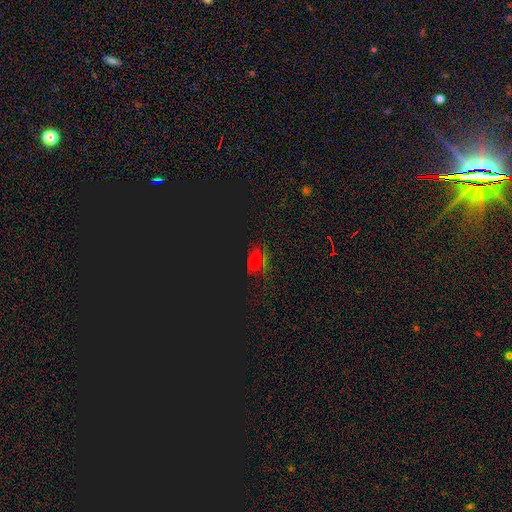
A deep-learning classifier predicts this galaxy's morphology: The model was most divided on "smooth or featured": star or artifact: 54%, smooth: 35%, featured or disk: 11%.